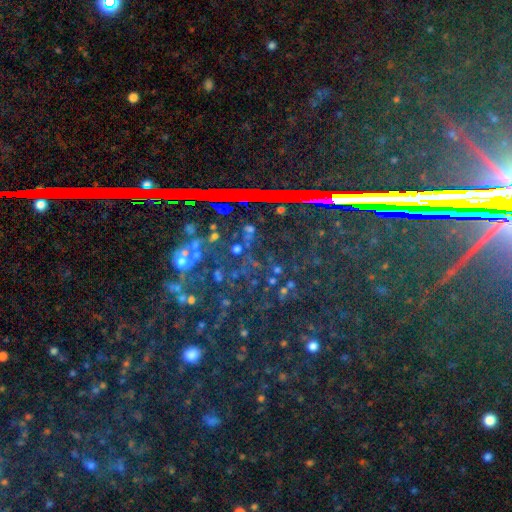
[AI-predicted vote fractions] Morphology: type=star or artifact (84%).